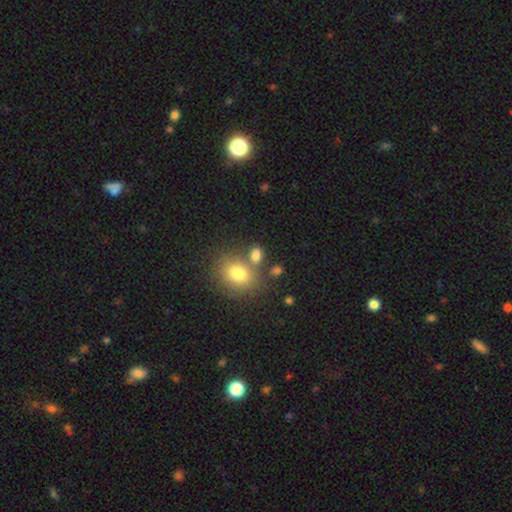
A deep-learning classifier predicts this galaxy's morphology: Q: Smooth or featured?
A: smooth (78%); runner-up: star or artifact (13%)
Q: How rounded?
A: in between (69%); runner-up: round (28%)
Q: Merging?
A: none (57%); runner-up: merger (26%)